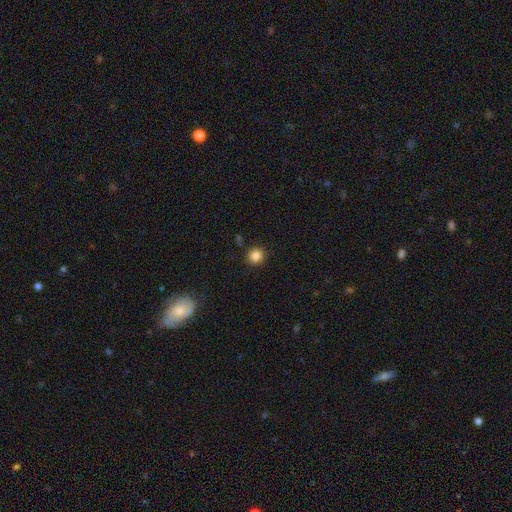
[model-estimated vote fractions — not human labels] Smooth or featured: smooth — 86% (star or artifact — 11%)
How rounded: round — 93% (in between — 6%)
Merging: none — 90% (minor disturbance — 6%)